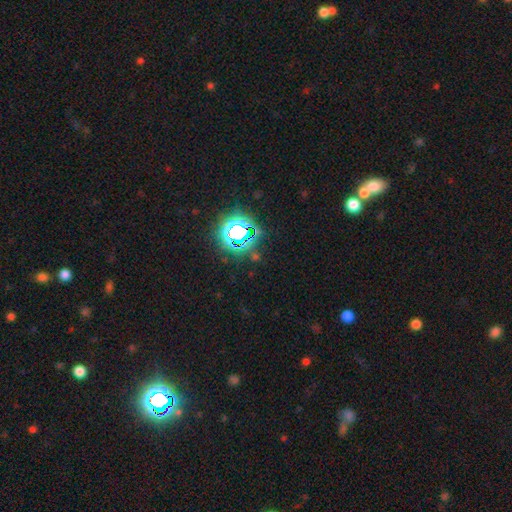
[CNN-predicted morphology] A star or artifact, not a galaxy (77%).